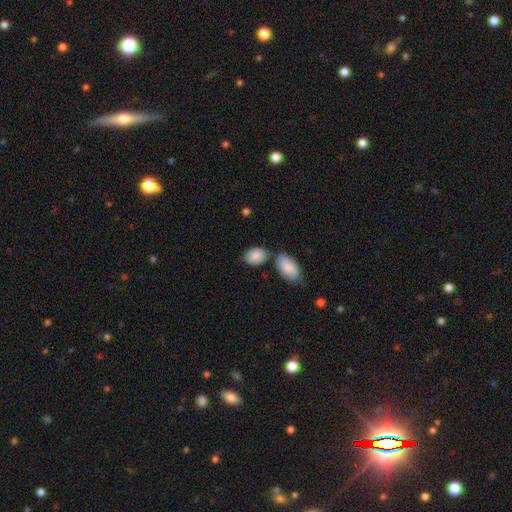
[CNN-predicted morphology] This appears to be a smooth galaxy with no disk features (88%) that is in between round and cigar-shaped (87%). Merging: none (60%).